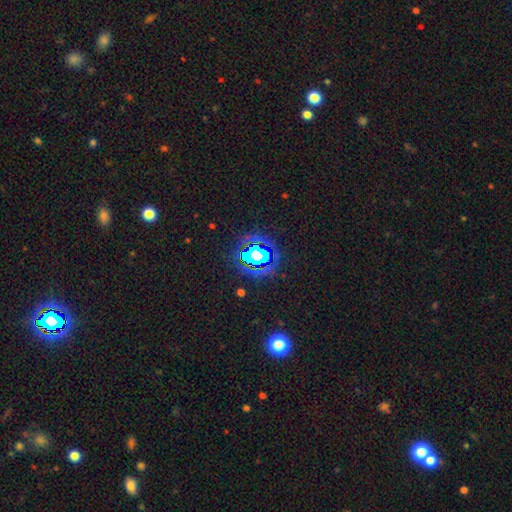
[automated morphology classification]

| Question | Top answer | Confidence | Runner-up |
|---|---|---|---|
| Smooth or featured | star or artifact | 67% | smooth (19%) |